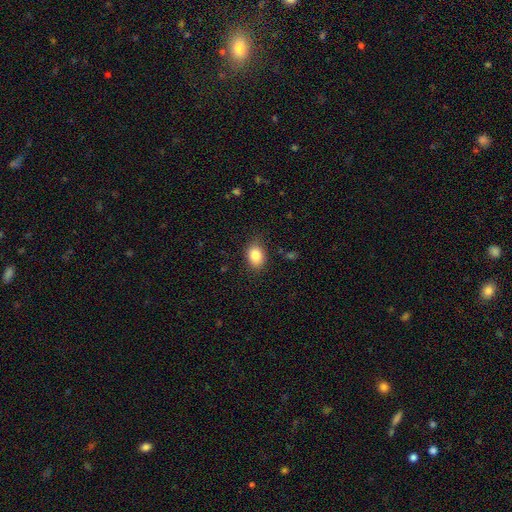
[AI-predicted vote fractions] This appears to be a smooth galaxy with no disk features (84%) that is in between round and cigar-shaped (68%). Merging: none (83%).